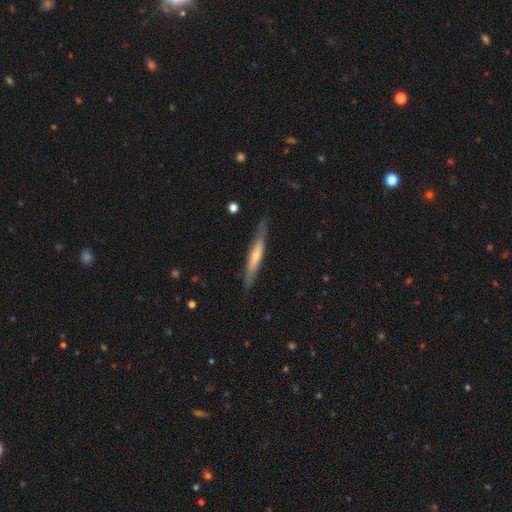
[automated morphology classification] A featured or disk galaxy (52%) viewed edge-on (91%). Merging: none (83%).